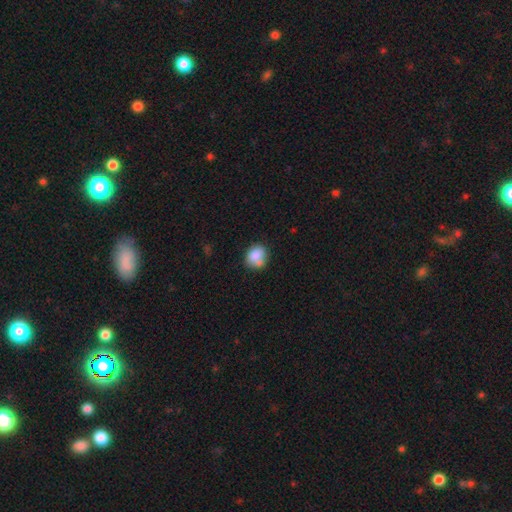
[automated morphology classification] smooth-or-featured: smooth: 82% | featured or disk: 10% | star or artifact: 9%
  how-rounded: round: 59% | in between: 40% | cigar-shaped: 1%
  merging: none: 55% | minor disturbance: 22% | merger: 18% | major disturbance: 6%